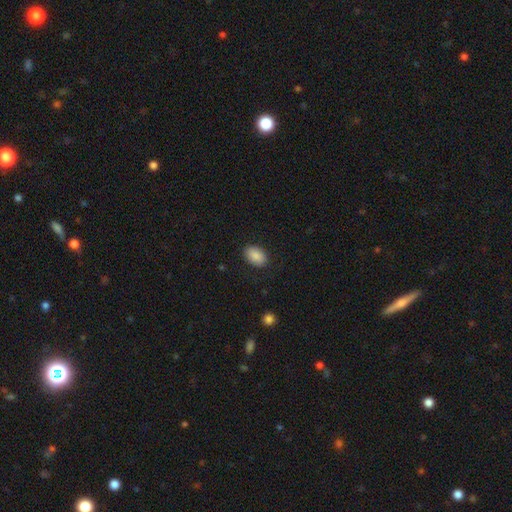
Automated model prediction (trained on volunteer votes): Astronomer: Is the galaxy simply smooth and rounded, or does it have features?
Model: smooth — 89%.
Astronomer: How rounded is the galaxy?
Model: in between — 88%.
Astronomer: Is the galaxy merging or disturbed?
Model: none — 87%.